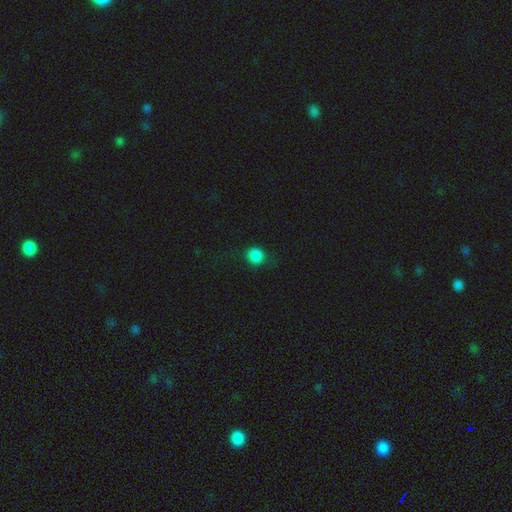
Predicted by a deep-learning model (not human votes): Smooth or featured? smooth (85%)
How rounded? round (89%)
Merging? none (82%)